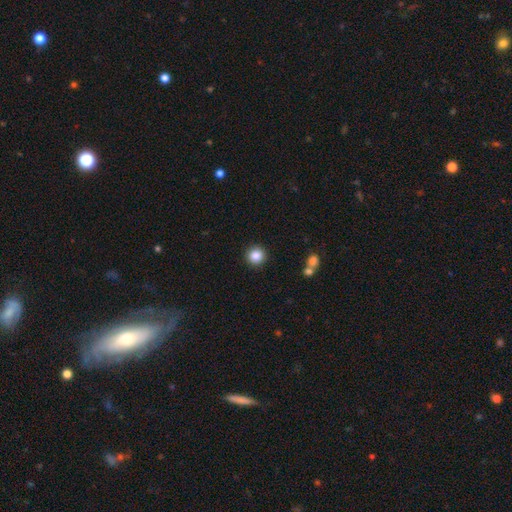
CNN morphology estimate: Q: Smooth or featured?
A: smooth (85%); runner-up: star or artifact (10%)
Q: How rounded?
A: round (95%); runner-up: in between (4%)
Q: Merging?
A: none (92%); runner-up: minor disturbance (5%)